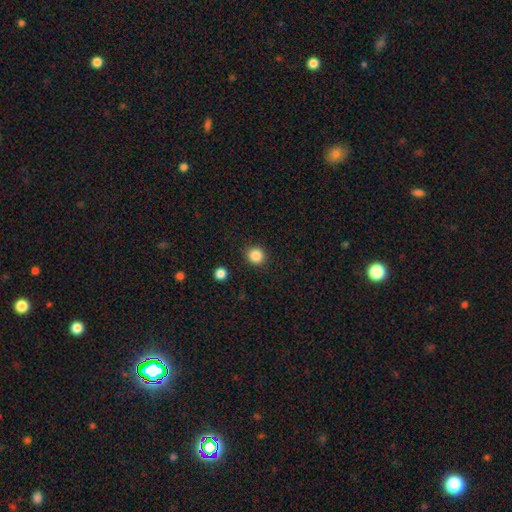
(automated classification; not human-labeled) Q: Smooth or featured?
A: smooth (86%); runner-up: star or artifact (11%)
Q: How rounded?
A: round (90%); runner-up: in between (9%)
Q: Merging?
A: none (91%); runner-up: minor disturbance (6%)